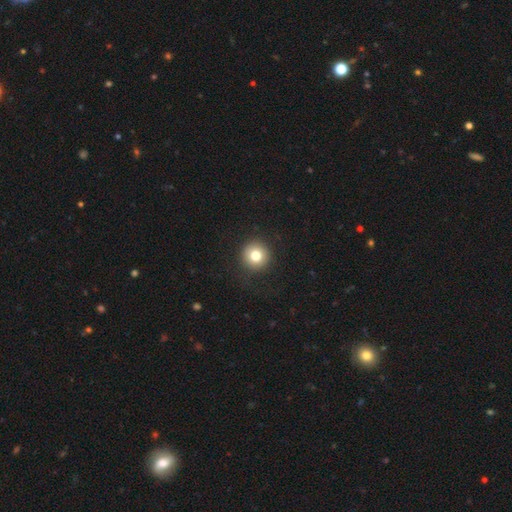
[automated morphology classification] type=smooth (79%); roundness=round (95%); merging=none (90%).